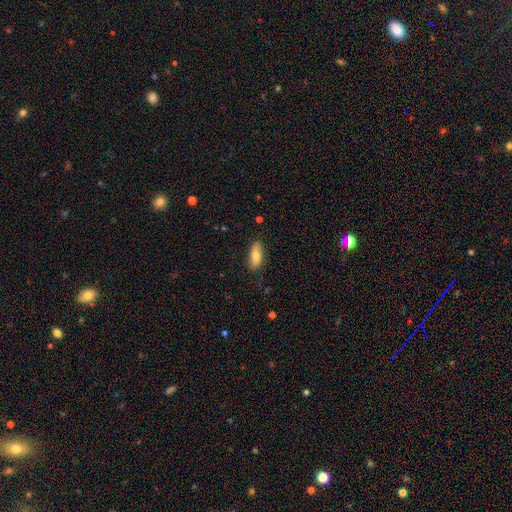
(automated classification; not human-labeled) Smooth or featured? smooth (70%)
How rounded? in between (77%)
Merging? none (81%)